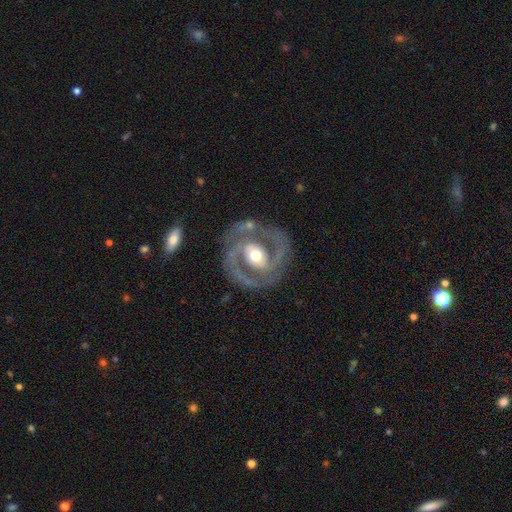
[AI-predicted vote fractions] smooth_or_featured: featured or disk (p=0.87) [alt: smooth p=0.09]
disk_edge_on: no (p=0.97) [alt: yes p=0.03]
bar: weak (p=0.36) [tied with: no p=0.36]
has_spiral_arms: yes (p=0.92) [alt: no p=0.08]
spiral_winding: medium (p=0.49) [alt: tight p=0.41]
spiral_arm_count: 2 (p=0.90) [alt: can't tell p=0.04]
bulge_size: moderate (p=0.69) [alt: large p=0.17]
merging: none (p=0.80) [alt: minor disturbance p=0.12]